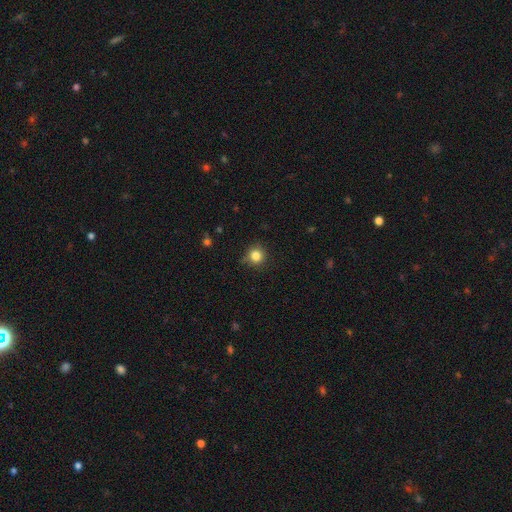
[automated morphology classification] smooth-or-featured: smooth: 83% | star or artifact: 12% | featured or disk: 5%
  how-rounded: round: 93% | in between: 6% | cigar-shaped: 1%
  merging: none: 81% | minor disturbance: 14% | major disturbance: 3% | merger: 2%